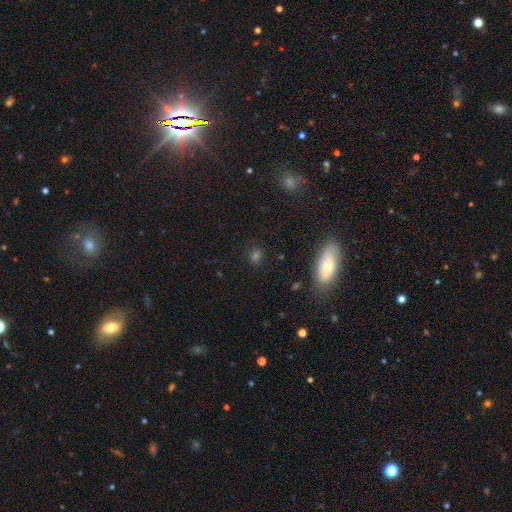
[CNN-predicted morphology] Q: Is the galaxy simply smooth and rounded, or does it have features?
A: smooth — 70%.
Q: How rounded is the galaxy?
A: round — 61%.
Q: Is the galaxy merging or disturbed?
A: none — 82%.